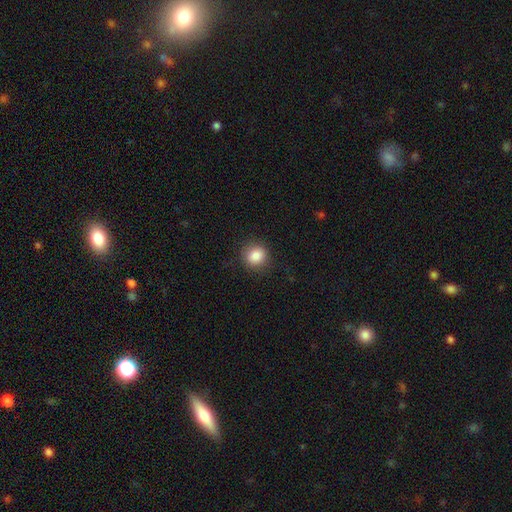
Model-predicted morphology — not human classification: Smooth or featured: smooth — 86% (star or artifact — 10%)
How rounded: round — 86% (in between — 13%)
Merging: none — 87% (minor disturbance — 9%)